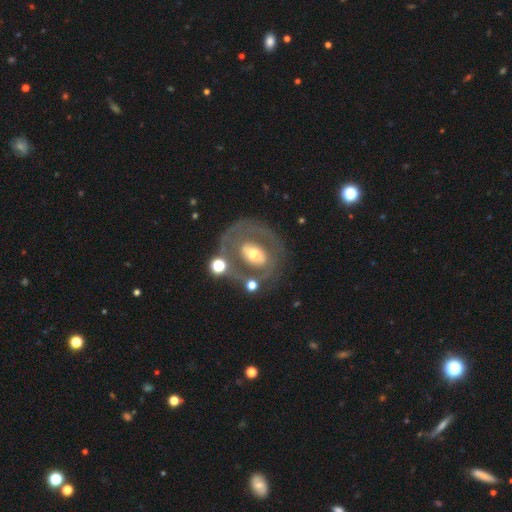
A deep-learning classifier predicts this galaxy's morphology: This appears to be a featured or disk galaxy (69%) with no bar (43%), no spiral arms (55%) and a moderate central bulge (67%). Merging: none (59%).